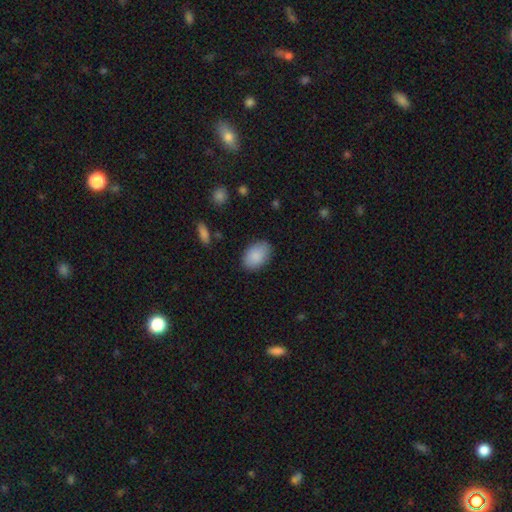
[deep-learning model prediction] smooth-or-featured: smooth: 89% | star or artifact: 6% | featured or disk: 5%
  how-rounded: in between: 89% | round: 10% | cigar-shaped: 1%
  merging: none: 84% | minor disturbance: 12% | major disturbance: 3% | merger: 1%